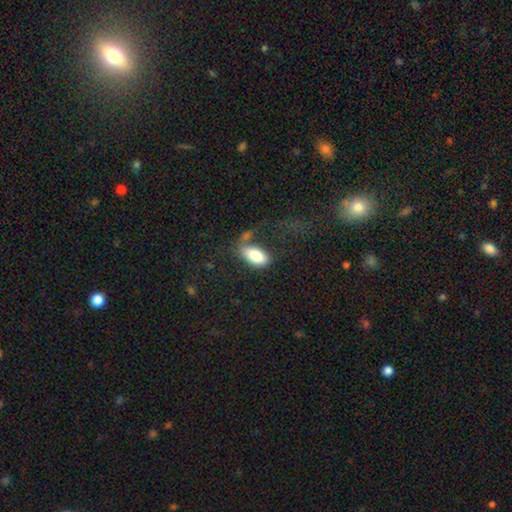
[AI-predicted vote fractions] This is clearly a smooth galaxy (83%). How rounded: clearly in between (91%). Merging: marginally none (45%).